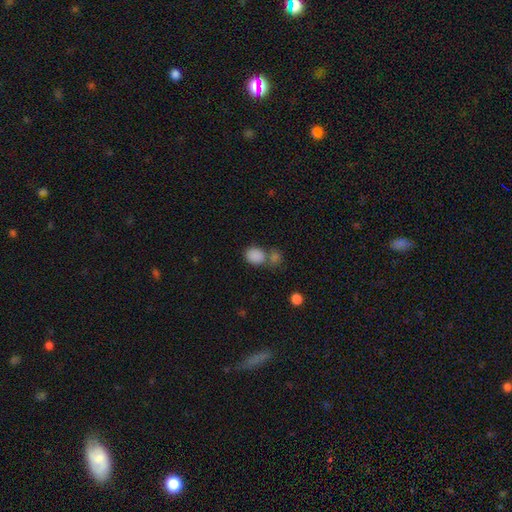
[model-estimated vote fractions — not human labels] Smooth or featured? smooth (86%)
How rounded? in between (57%)
Merging? none (47%)